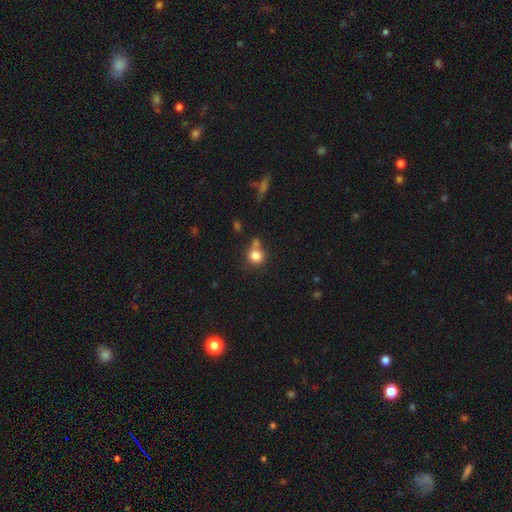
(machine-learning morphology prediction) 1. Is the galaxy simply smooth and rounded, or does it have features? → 81% smooth, 11% star or artifact, 8% featured or disk.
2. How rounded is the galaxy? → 87% round, 12% in between, 1% cigar-shaped.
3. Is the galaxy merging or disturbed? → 55% none, 24% merger, 15% minor disturbance, 6% major disturbance.